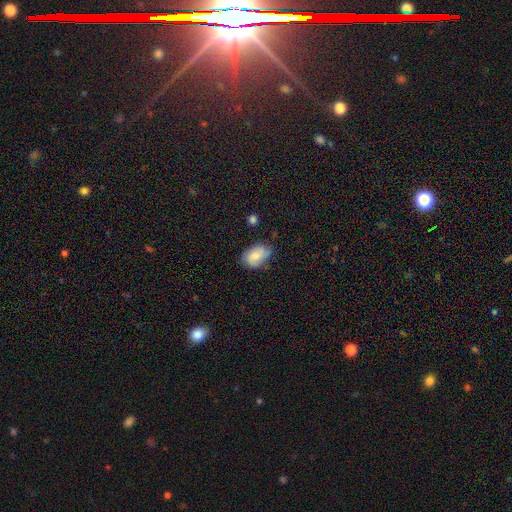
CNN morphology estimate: Smooth or featured?
  - smooth: 71% *
  - featured or disk: 21%
  - star or artifact: 7%
How rounded?
  - in between: 86% *
  - round: 13%
  - cigar-shaped: 1%
Merging?
  - none: 66% *
  - minor disturbance: 26%
  - major disturbance: 5%
  - merger: 2%